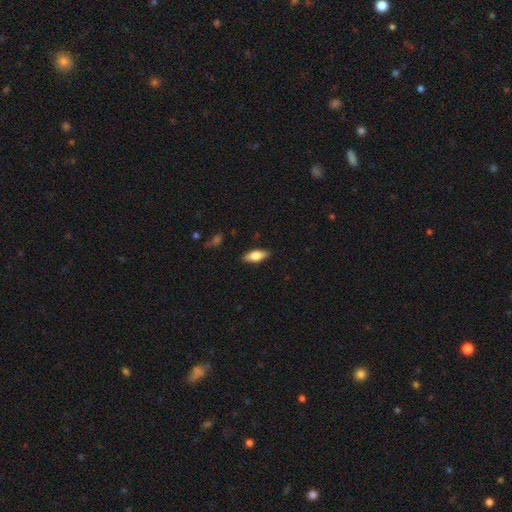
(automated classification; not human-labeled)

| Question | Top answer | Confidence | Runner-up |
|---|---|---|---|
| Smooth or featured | smooth | 65% | featured or disk (28%) |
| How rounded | in between | 72% | cigar-shaped (25%) |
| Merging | none | 88% | minor disturbance (9%) |